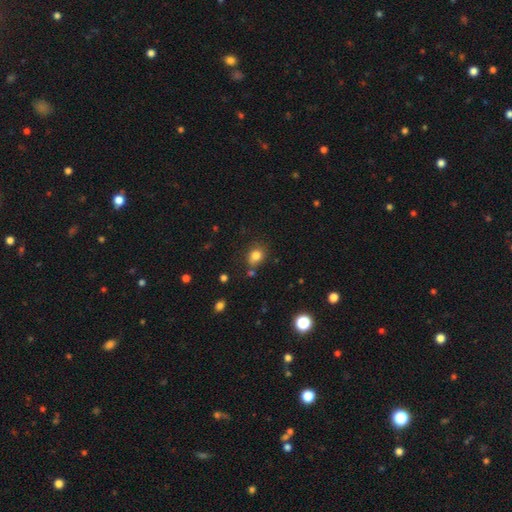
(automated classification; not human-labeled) Smooth or featured? smooth (80%)
How rounded? round (61%)
Merging? none (68%)